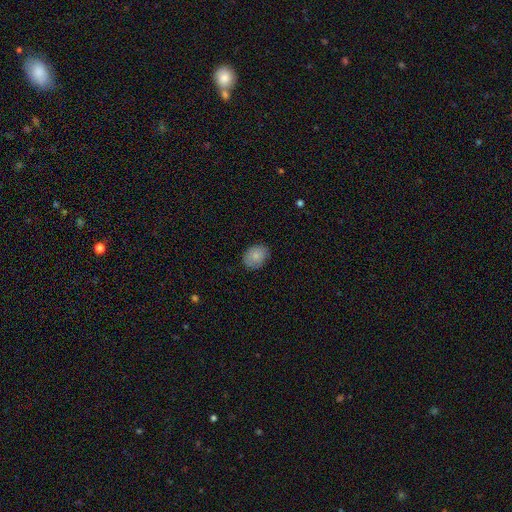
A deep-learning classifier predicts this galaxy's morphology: This is clearly a smooth galaxy (84%). How rounded: likely in between (70%). Merging: clearly none (82%).